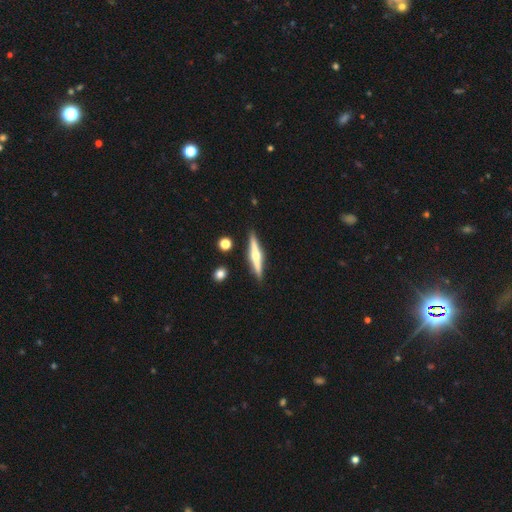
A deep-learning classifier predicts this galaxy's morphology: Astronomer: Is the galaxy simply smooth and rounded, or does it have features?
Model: featured or disk — 71%.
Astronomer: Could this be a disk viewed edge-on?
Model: yes — 98%.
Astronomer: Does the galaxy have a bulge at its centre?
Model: rounded — 90%.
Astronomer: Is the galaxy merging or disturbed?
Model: none — 90%.